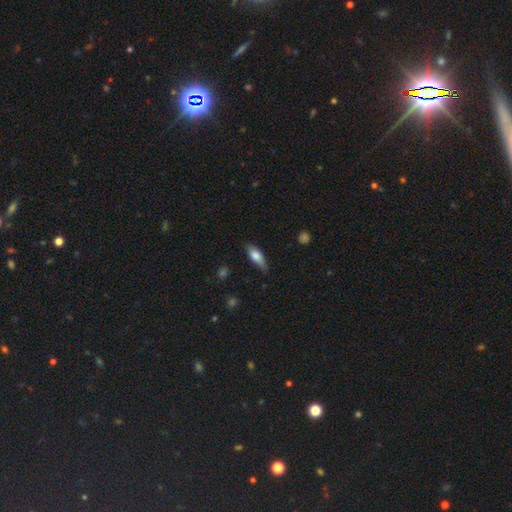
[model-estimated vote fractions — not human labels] Q: Smooth or featured?
A: smooth (73%); runner-up: featured or disk (21%)
Q: How rounded?
A: in between (67%); runner-up: cigar-shaped (30%)
Q: Merging?
A: none (73%); runner-up: minor disturbance (22%)